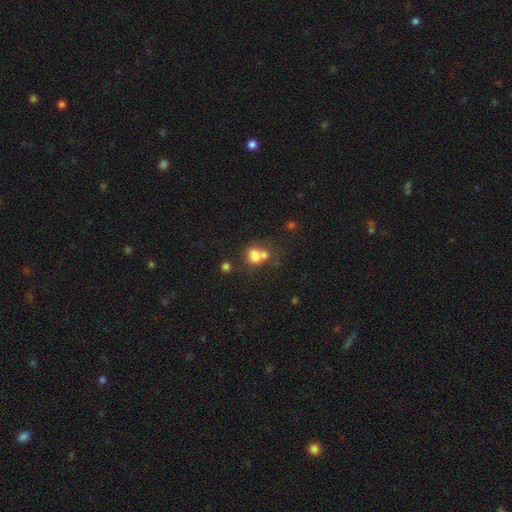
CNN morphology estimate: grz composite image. It shows a smooth galaxy with no disk features (72%) that is round (59%). Merging: merger (53%).